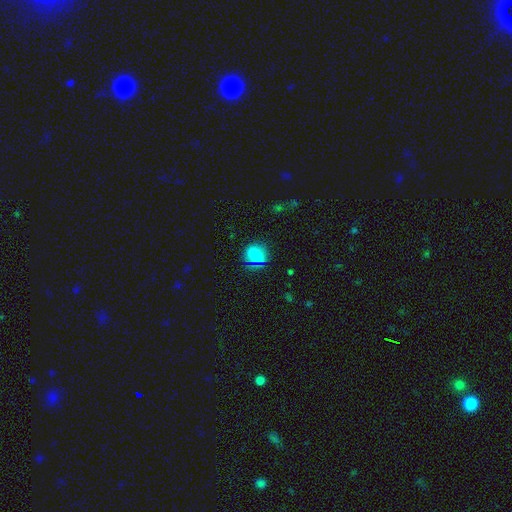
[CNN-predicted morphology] A smooth galaxy with no disk features (71%) that is round (44%).

Vote fractions:
- Smooth or featured? smooth: 71% / star or artifact: 16% / featured or disk: 13%
- How rounded? round: 44% / in between: 42% / cigar-shaped: 14%
- Merging? none: 76% / minor disturbance: 16% / major disturbance: 6% / merger: 3%